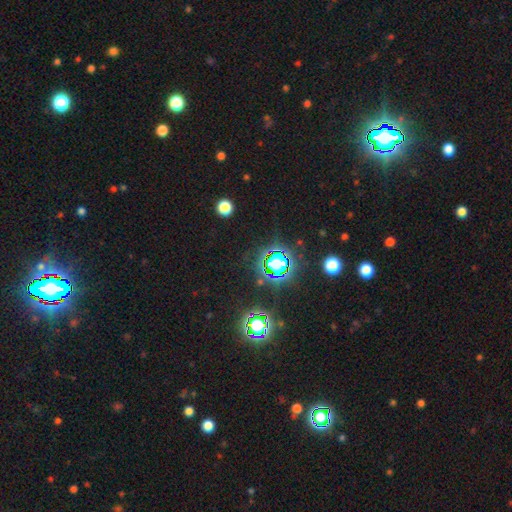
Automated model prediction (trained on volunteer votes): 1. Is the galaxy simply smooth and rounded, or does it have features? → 82% star or artifact, 11% smooth, 7% featured or disk.